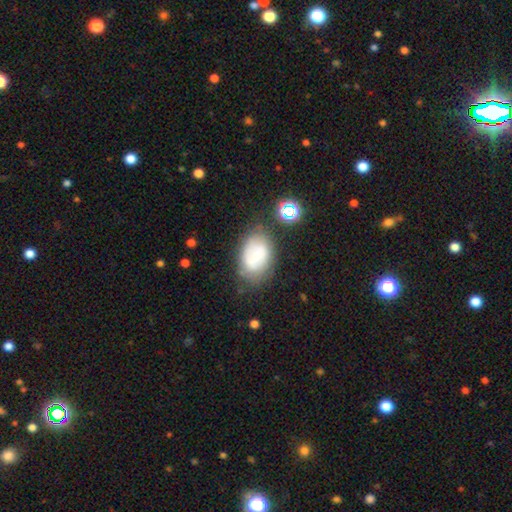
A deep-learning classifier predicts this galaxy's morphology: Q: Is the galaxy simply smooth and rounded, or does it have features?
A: smooth — 53%.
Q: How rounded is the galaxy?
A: in between — 84%.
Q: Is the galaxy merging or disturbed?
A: none — 61%.